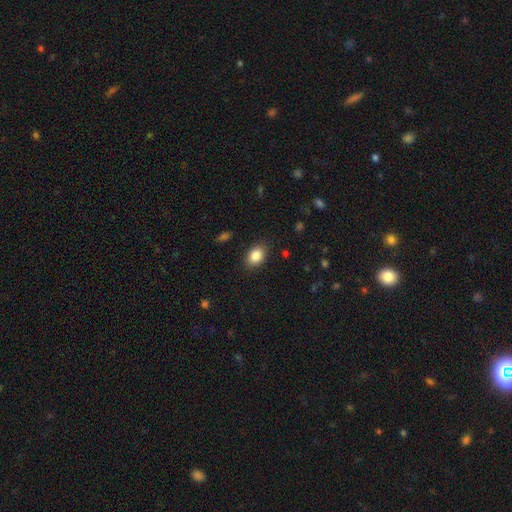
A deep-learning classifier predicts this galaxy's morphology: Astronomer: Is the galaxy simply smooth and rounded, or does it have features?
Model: smooth — 86%.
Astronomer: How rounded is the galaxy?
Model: in between — 80%.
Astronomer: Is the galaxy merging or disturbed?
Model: none — 86%.